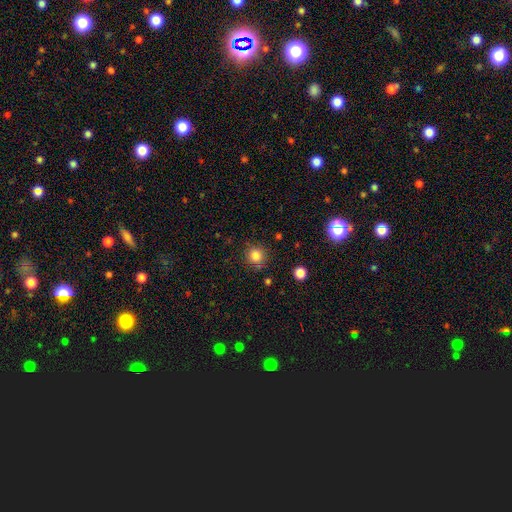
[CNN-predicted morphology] smooth 83%, star or artifact 12%, featured or disk 5%. Down the decision tree: how rounded — round (93%); merging — none (85%).